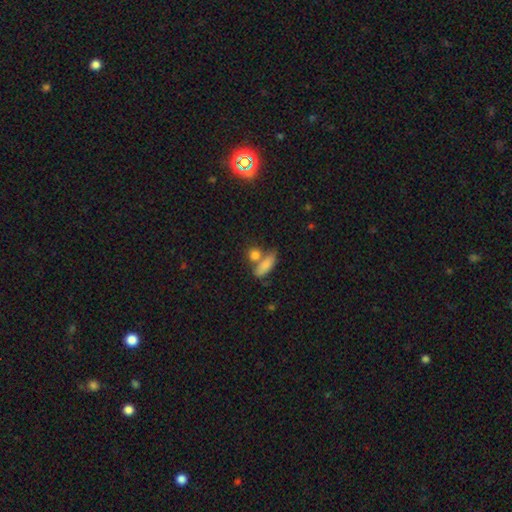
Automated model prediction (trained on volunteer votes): This appears to be a smooth galaxy with no disk features (75%) that is in between round and cigar-shaped (50%). Merging: none (52%).